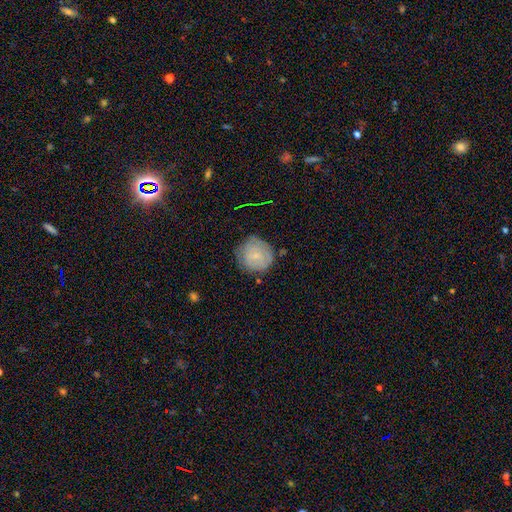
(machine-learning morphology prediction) Q: Smooth or featured?
A: smooth (56%); runner-up: featured or disk (36%)
Q: How rounded?
A: round (90%); runner-up: in between (9%)
Q: Merging?
A: none (69%); runner-up: minor disturbance (23%)